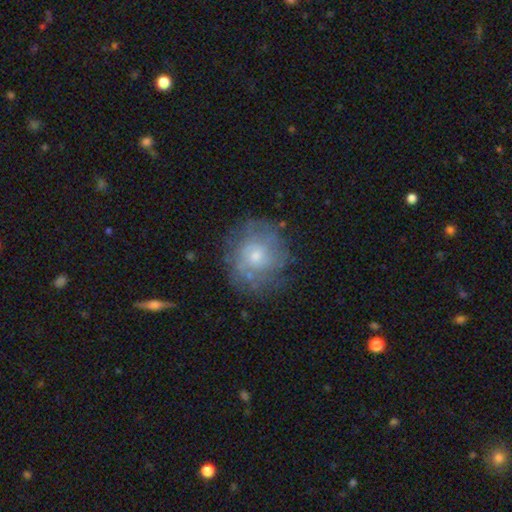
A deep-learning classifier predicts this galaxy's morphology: Smooth or featured? Predicted: featured or disk (p=0.48). Merging? Predicted: none (p=0.68).